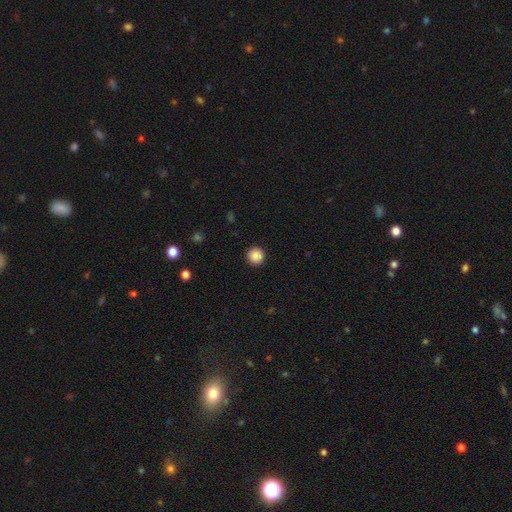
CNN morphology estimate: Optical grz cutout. It shows a smooth galaxy with no disk features (87%) that is round (96%). Merging: none (93%).